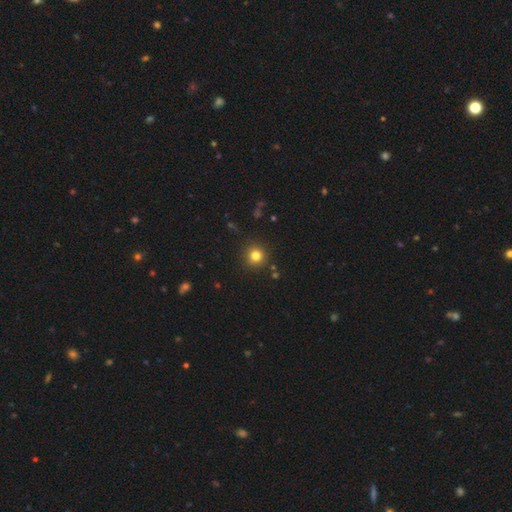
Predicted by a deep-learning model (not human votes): Smooth or featured?
  - smooth: 80% *
  - star or artifact: 14%
  - featured or disk: 7%
How rounded?
  - round: 94% *
  - in between: 5%
  - cigar-shaped: 1%
Merging?
  - none: 89% *
  - minor disturbance: 7%
  - major disturbance: 2%
  - merger: 2%